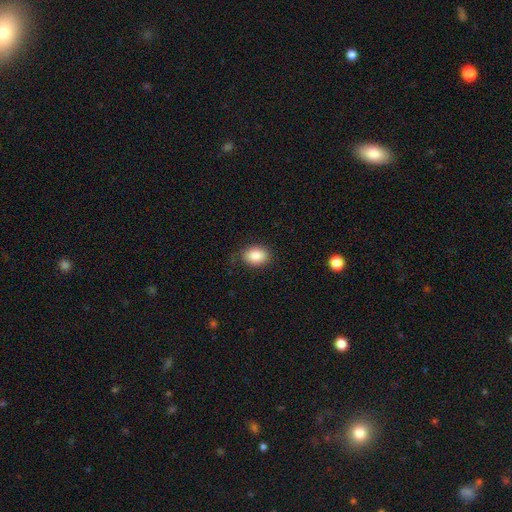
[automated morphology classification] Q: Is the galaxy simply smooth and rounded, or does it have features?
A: smooth — 87%.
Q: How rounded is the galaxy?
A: in between — 69%.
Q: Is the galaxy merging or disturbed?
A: none — 79%.